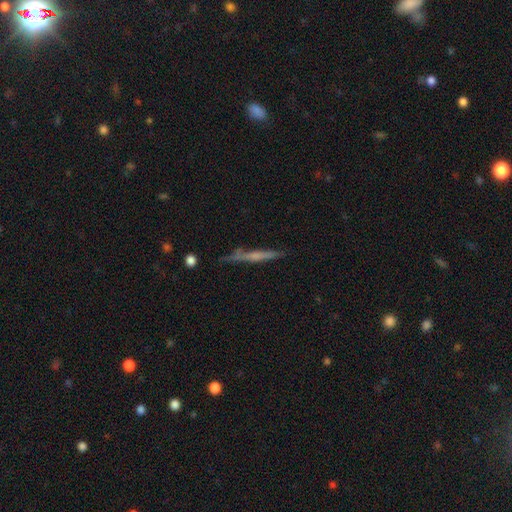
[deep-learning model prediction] Smooth or featured? featured or disk (52%)
Edge-on disk? yes (94%)
Merging? none (76%)